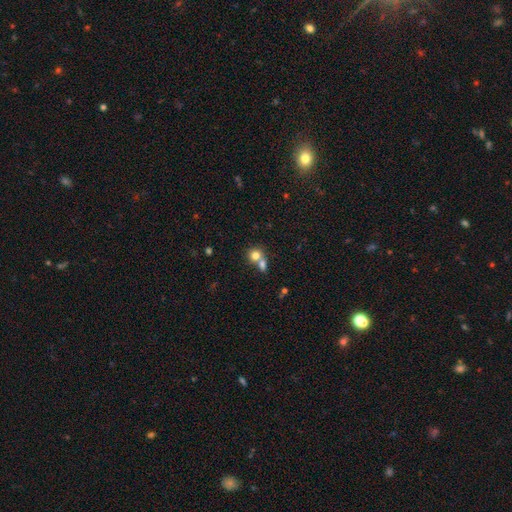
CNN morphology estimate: Smooth or featured? Predicted: smooth (p=0.78). How rounded? Predicted: round (p=0.80). Merging? Predicted: merger (p=0.53).